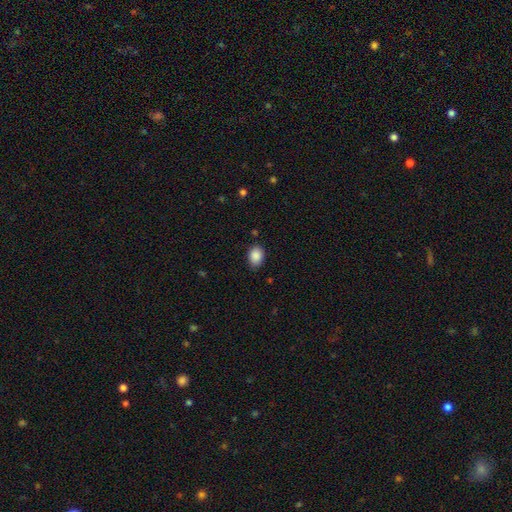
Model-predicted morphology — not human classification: type=smooth (89%); roundness=in between (68%); merging=none (76%).